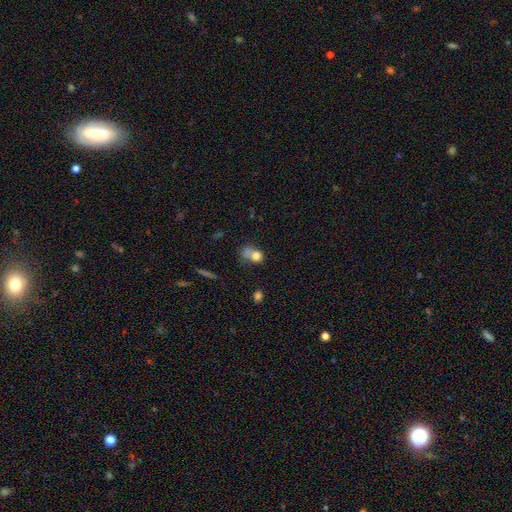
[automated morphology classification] smooth-or-featured: smooth: 74% | featured or disk: 14% | star or artifact: 11%
  how-rounded: round: 55% | in between: 44% | cigar-shaped: 2%
  merging: merger: 47% | none: 29% | minor disturbance: 14% | major disturbance: 11%